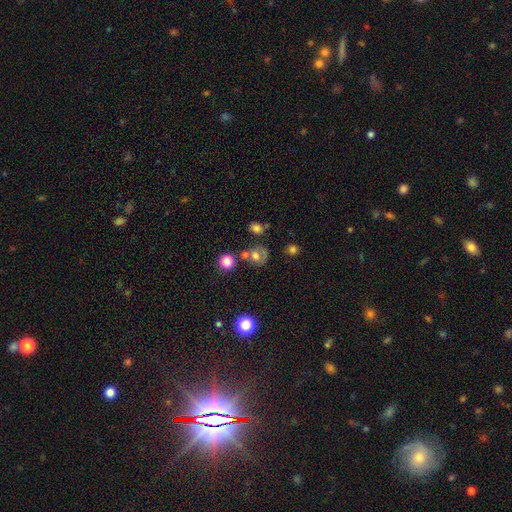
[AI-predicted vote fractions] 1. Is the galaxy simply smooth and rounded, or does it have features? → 61% smooth, 23% featured or disk, 16% star or artifact.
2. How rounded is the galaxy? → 69% round, 30% in between, 1% cigar-shaped.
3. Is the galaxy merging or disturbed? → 43% none, 25% merger, 18% minor disturbance, 14% major disturbance.